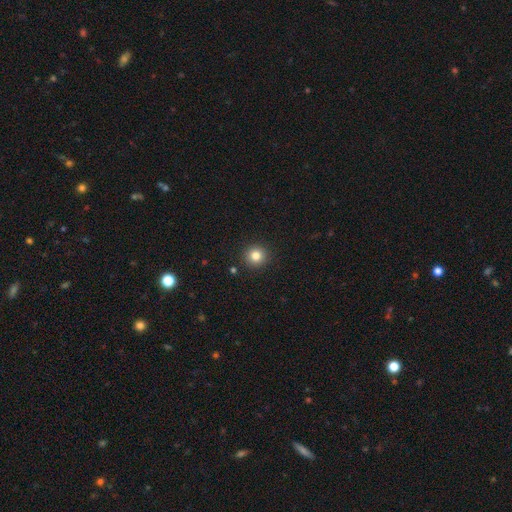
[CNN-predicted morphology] Overall: smooth (82%). How rounded: round (94%). Merging: none (91%).